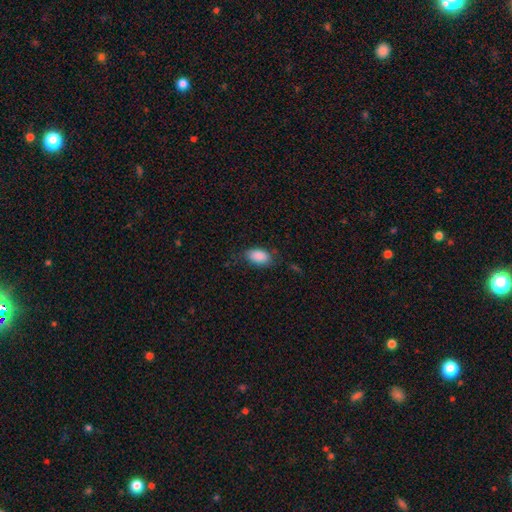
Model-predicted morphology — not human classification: smooth_or_featured: smooth (p=0.87) [alt: star or artifact p=0.08]
how_rounded: in between (p=0.92) [alt: round p=0.06]
merging: none (p=0.75) [alt: minor disturbance p=0.18]